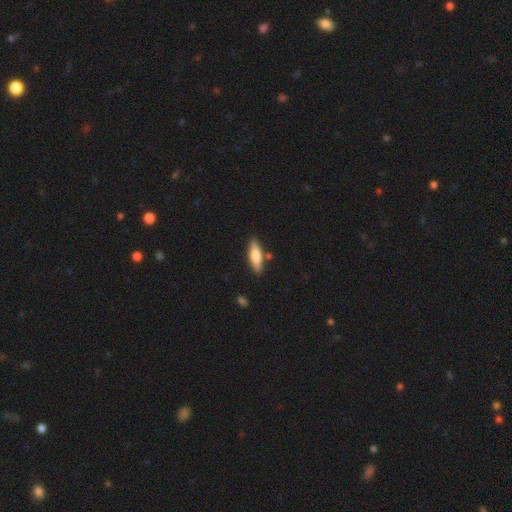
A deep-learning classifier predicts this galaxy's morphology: type=smooth (69%); roundness=cigar-shaped (55%); merging=none (83%).